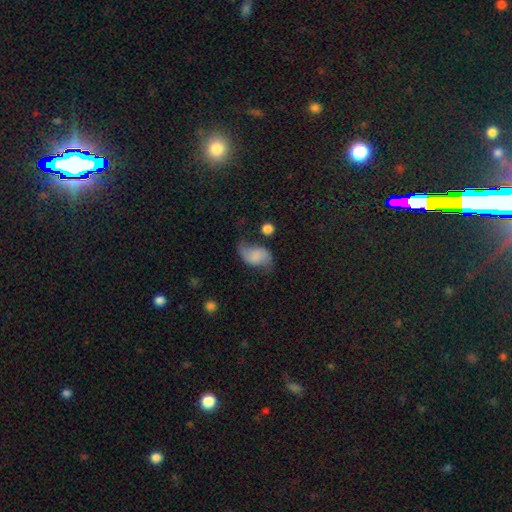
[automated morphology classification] A featured or disk galaxy (63%) with no bar (59%), 2 (90%) loose (76%) spiral arms (92%) and no central bulge (54%). Merging: none (58%).